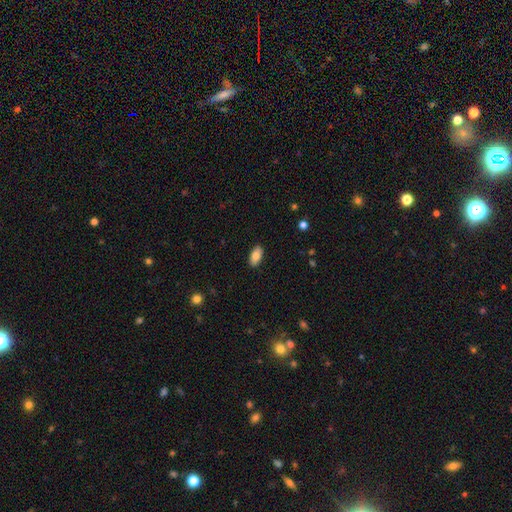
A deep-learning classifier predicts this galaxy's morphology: A smooth galaxy with no disk features (82%) that is in between round and cigar-shaped (92%).

Vote fractions:
- Smooth or featured? smooth: 82% / featured or disk: 11% / star or artifact: 7%
- How rounded? in between: 92% / cigar-shaped: 5% / round: 3%
- Merging? none: 89% / minor disturbance: 8% / major disturbance: 2% / merger: 1%